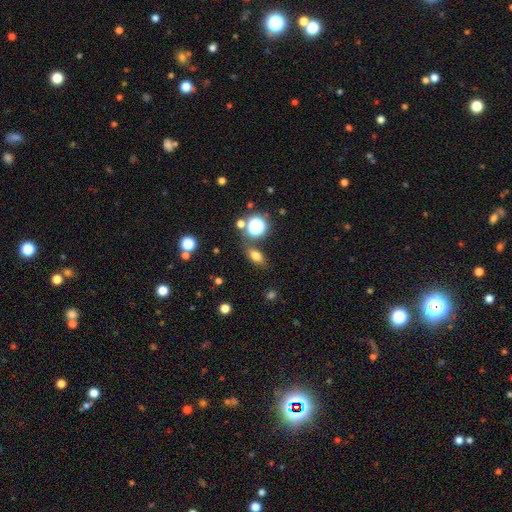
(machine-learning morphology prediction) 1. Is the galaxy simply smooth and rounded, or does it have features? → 71% smooth, 18% star or artifact, 11% featured or disk.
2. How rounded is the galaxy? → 73% in between, 18% round, 9% cigar-shaped.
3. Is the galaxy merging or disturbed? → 77% none, 12% minor disturbance, 7% merger, 4% major disturbance.